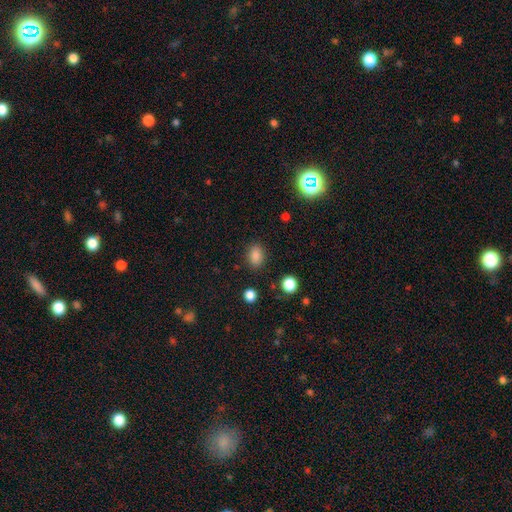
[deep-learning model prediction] This is clearly a smooth galaxy (85%). How rounded: likely in between (72%). Merging: clearly none (86%).